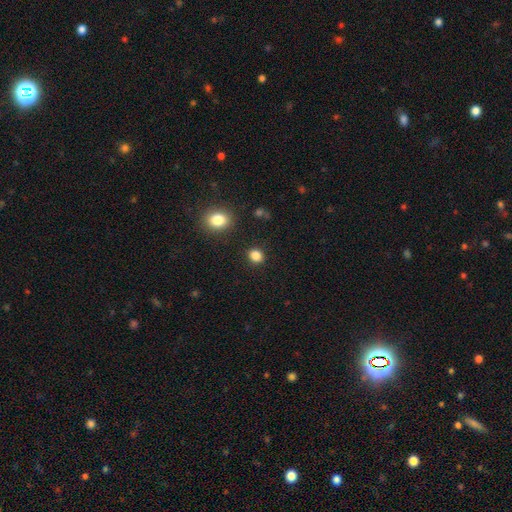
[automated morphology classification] Overall: smooth (84%). How rounded: round (62%; in between 37%). Merging: none (89%).